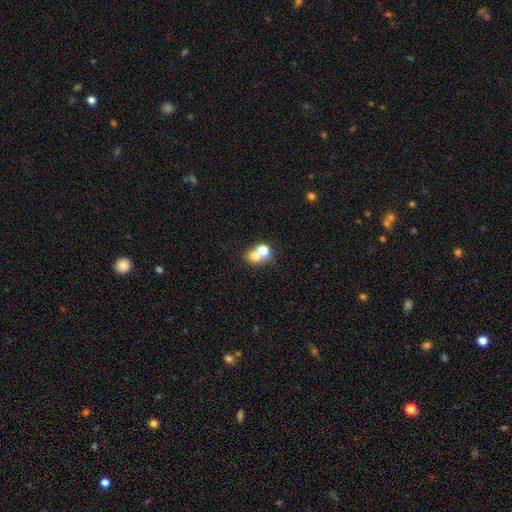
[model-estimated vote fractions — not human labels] A smooth galaxy with no disk features (68%) that is round (66%).

Vote fractions:
- Smooth or featured? smooth: 68% / featured or disk: 18% / star or artifact: 14%
- How rounded? round: 66% / in between: 33% / cigar-shaped: 1%
- Merging? merger: 57% / none: 33% / minor disturbance: 6% / major disturbance: 4%